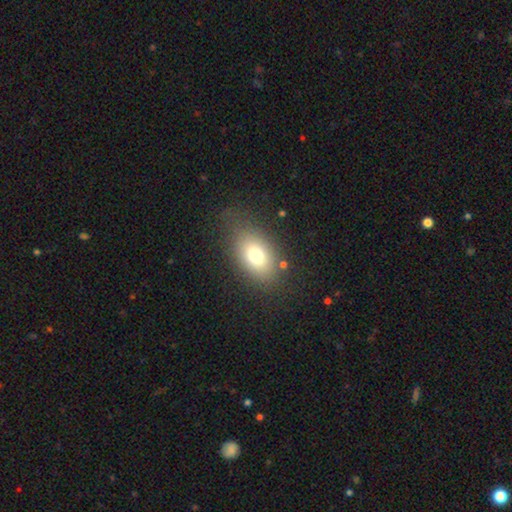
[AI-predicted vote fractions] Q: Smooth or featured?
A: smooth (75%); runner-up: featured or disk (15%)
Q: How rounded?
A: in between (82%); runner-up: round (16%)
Q: Merging?
A: none (72%); runner-up: minor disturbance (17%)